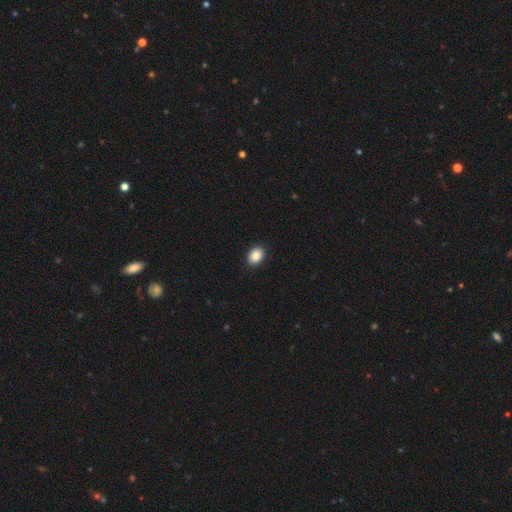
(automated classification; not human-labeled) smooth-or-featured: smooth: 88% | star or artifact: 8% | featured or disk: 4%
  how-rounded: in between: 71% | round: 28% | cigar-shaped: 1%
  merging: none: 91% | minor disturbance: 7% | major disturbance: 2% | merger: 1%